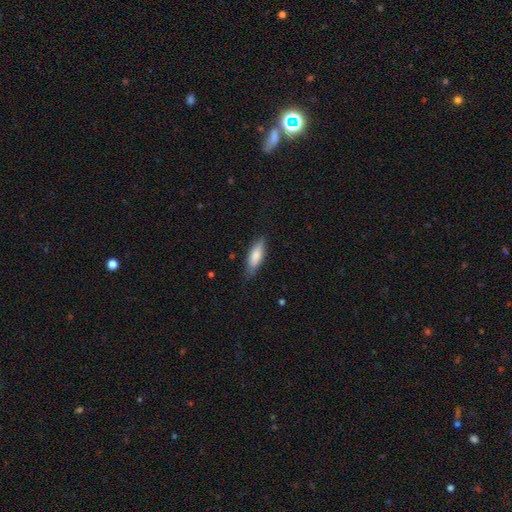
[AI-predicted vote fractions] Smooth or featured: smooth — 76% (featured or disk — 19%)
How rounded: cigar-shaped — 49% (tied with in between — 49%)
Merging: none — 78% (minor disturbance — 18%)